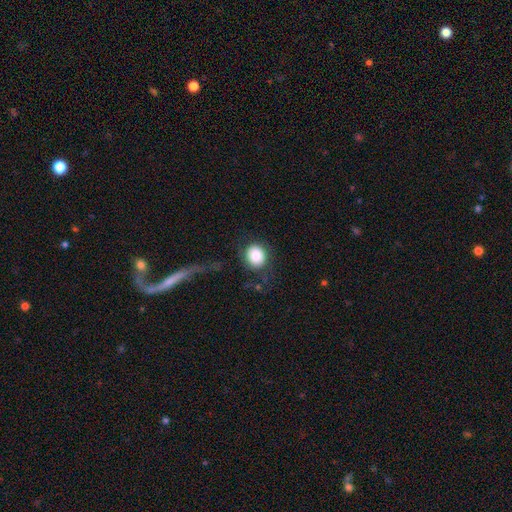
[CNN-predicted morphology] Smooth or featured? Predicted: smooth (p=0.82). How rounded? Predicted: round (p=0.76). Merging? Predicted: none (p=0.65).